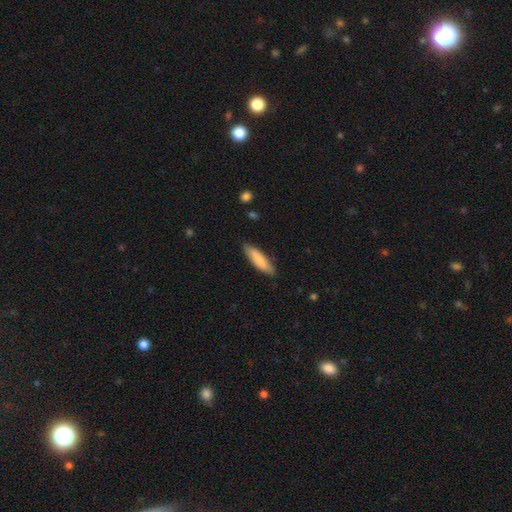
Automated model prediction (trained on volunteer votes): Smooth or featured: smooth — 81% (featured or disk — 14%)
How rounded: cigar-shaped — 68% (in between — 31%)
Merging: none — 85% (minor disturbance — 12%)